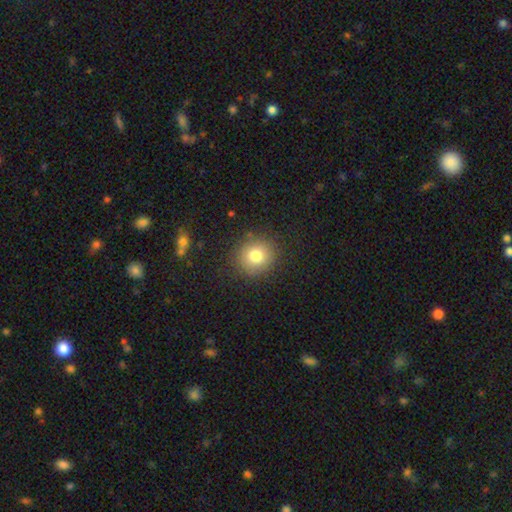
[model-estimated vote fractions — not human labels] Morphology: type=smooth (79%); roundness=round (88%); merging=none (87%).